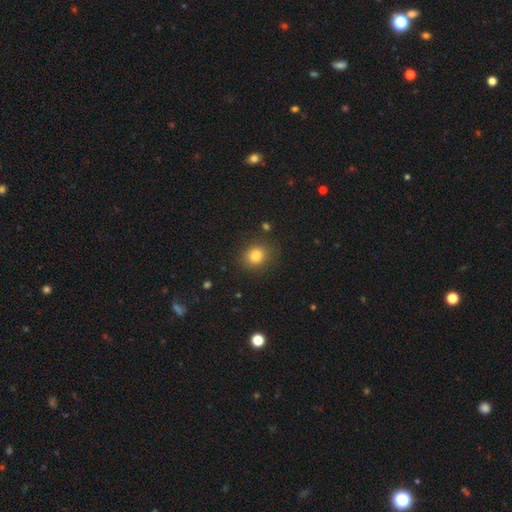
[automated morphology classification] A smooth galaxy with no disk features (81%) that is round (73%). Merging: none (85%).